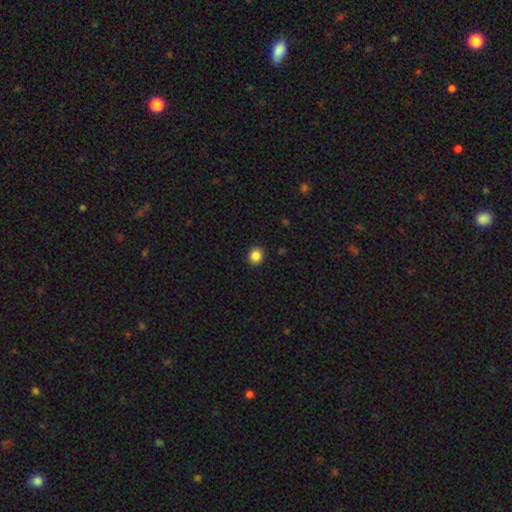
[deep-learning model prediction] Overall: smooth (86%). How rounded: round (88%). Merging: none (92%).